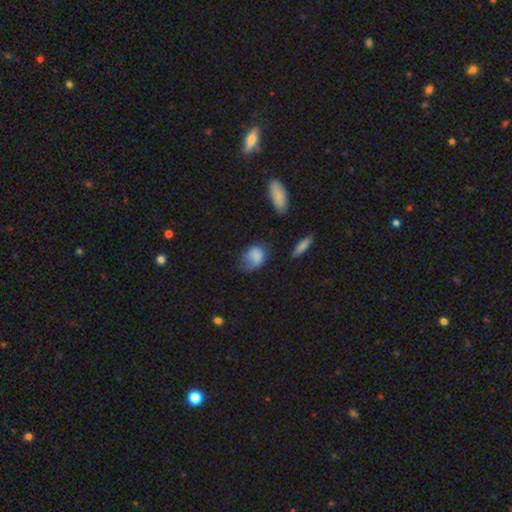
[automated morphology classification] type=smooth (78%); roundness=in between (65%); merging=minor disturbance (37%).